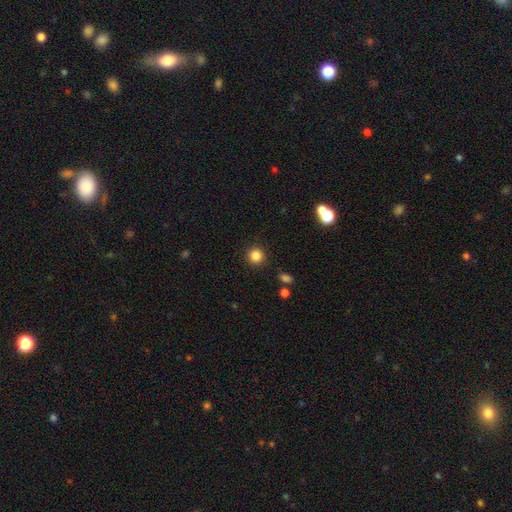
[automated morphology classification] Q: Smooth or featured?
A: smooth (85%); runner-up: star or artifact (11%)
Q: How rounded?
A: round (94%); runner-up: in between (6%)
Q: Merging?
A: none (91%); runner-up: minor disturbance (5%)